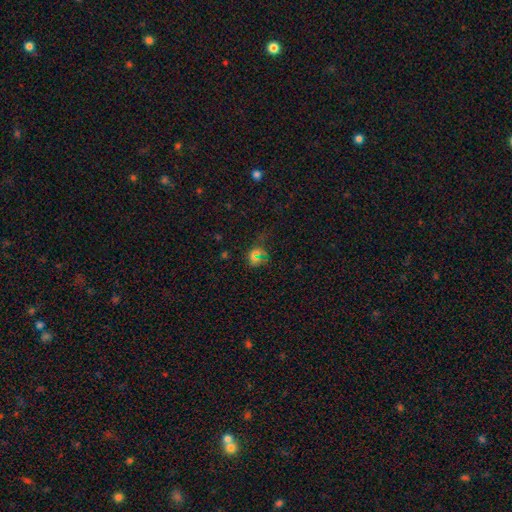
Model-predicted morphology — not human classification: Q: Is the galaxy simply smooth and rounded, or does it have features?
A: star or artifact — 49%.